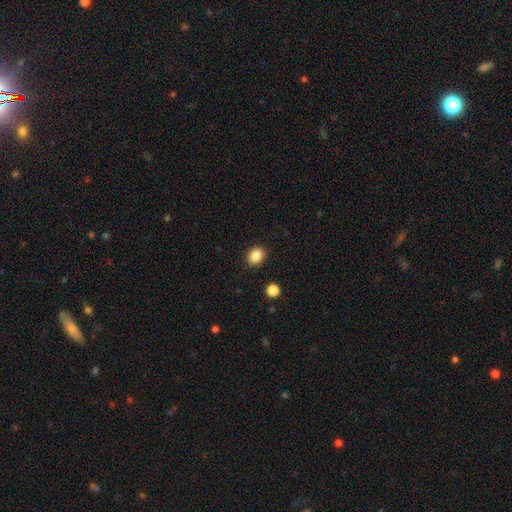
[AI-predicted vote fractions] A smooth galaxy with no disk features (86%) that is in between round and cigar-shaped (50%).

Vote fractions:
- Smooth or featured? smooth: 86% / star or artifact: 10% / featured or disk: 4%
- How rounded? in between: 50% / round: 49% / cigar-shaped: 1%
- Merging? none: 89% / minor disturbance: 7% / major disturbance: 2% / merger: 2%